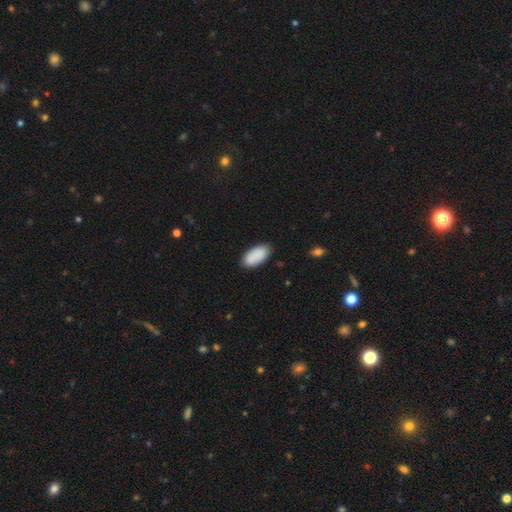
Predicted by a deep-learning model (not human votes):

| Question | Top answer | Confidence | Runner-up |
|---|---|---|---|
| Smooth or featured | smooth | 88% | star or artifact (6%) |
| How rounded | in between | 94% | cigar-shaped (3%) |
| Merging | none | 83% | minor disturbance (12%) |